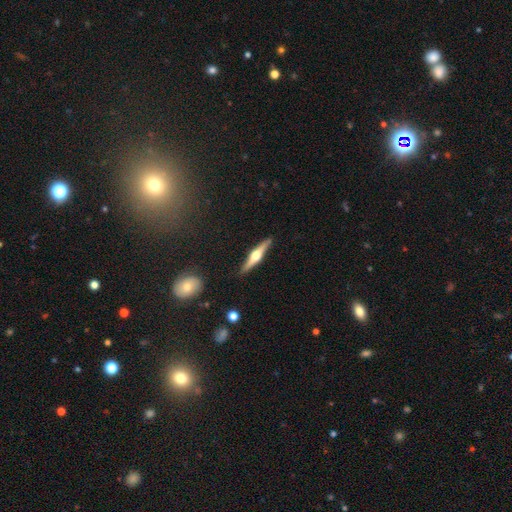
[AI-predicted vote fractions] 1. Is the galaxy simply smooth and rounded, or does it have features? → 71% featured or disk, 24% smooth, 5% star or artifact.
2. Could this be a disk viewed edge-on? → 97% yes, 3% no.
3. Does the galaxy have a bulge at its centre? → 94% rounded, 4% boxy, 2% none.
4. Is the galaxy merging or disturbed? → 89% none, 8% minor disturbance, 2% major disturbance, 1% merger.